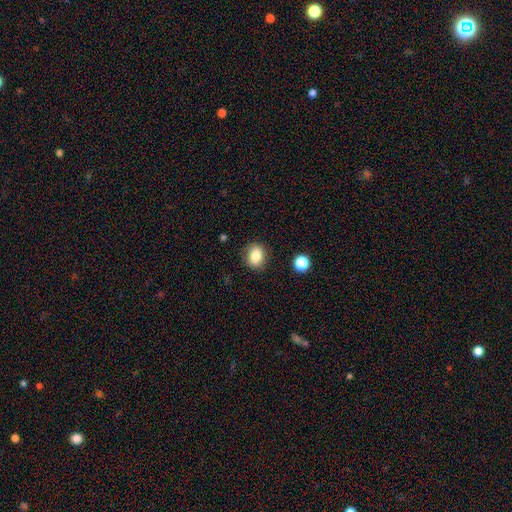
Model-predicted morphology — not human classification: smooth 83%, star or artifact 10%, featured or disk 7%. Down the decision tree: how rounded — round (52%); merging — none (84%).